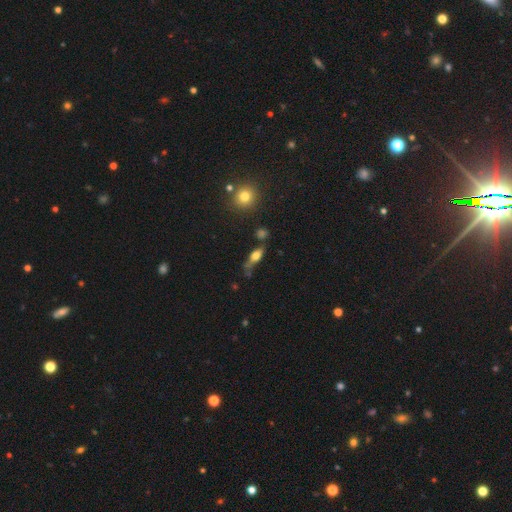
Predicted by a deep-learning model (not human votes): The model was most divided on "smooth or featured": smooth: 55%, featured or disk: 35%, star or artifact: 10%. More confident: how rounded — in between (56%); merging — none (54%).